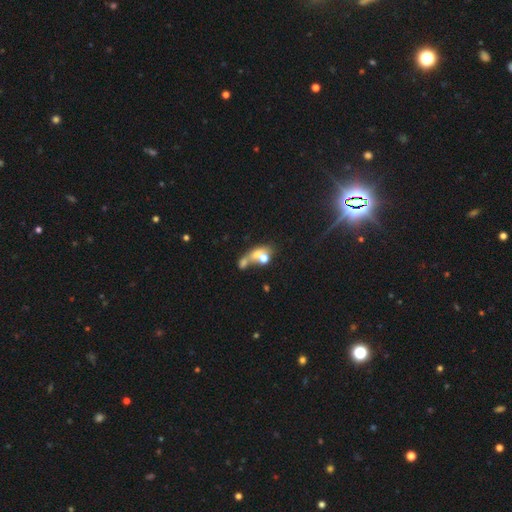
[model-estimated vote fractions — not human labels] smooth_or_featured: smooth (p=0.53) [alt: featured or disk p=0.31]
how_rounded: in between (p=0.55) [alt: round p=0.36]
merging: merger (p=0.59) [alt: none p=0.20]